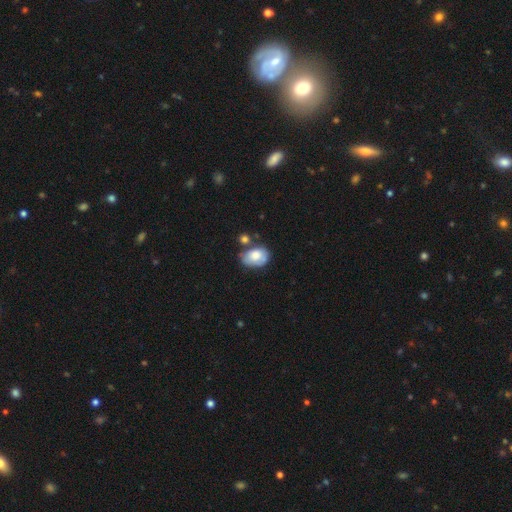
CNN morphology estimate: Smooth or featured? smooth (72%)
How rounded? in between (80%)
Merging? none (44%)